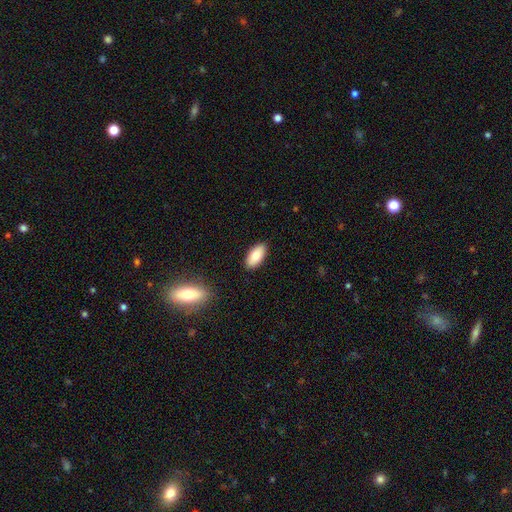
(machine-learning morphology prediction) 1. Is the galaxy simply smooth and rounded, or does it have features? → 81% smooth, 12% featured or disk, 7% star or artifact.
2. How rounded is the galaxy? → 92% in between, 5% cigar-shaped, 2% round.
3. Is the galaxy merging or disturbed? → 88% none, 9% minor disturbance, 2% major disturbance, 1% merger.